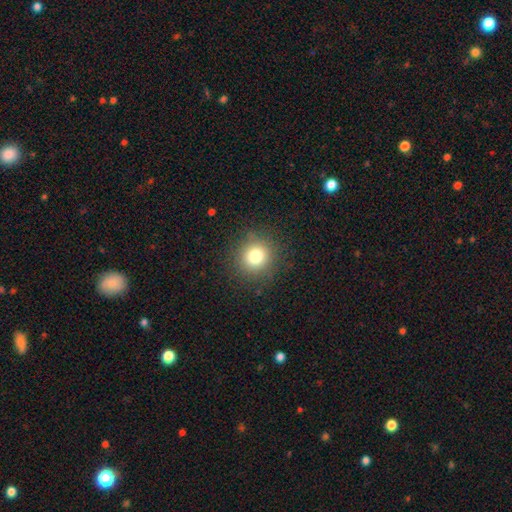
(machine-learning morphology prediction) smooth-or-featured: smooth: 79% | star or artifact: 13% | featured or disk: 7%
  how-rounded: round: 91% | in between: 8% | cigar-shaped: 1%
  merging: none: 90% | minor disturbance: 6% | major disturbance: 3% | merger: 1%